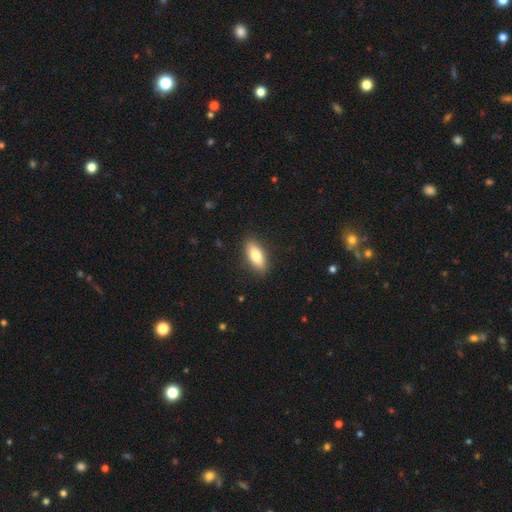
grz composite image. It shows a smooth galaxy with no disk features (89%) that is in between round and cigar-shaped (84%). Merging: none (89%).